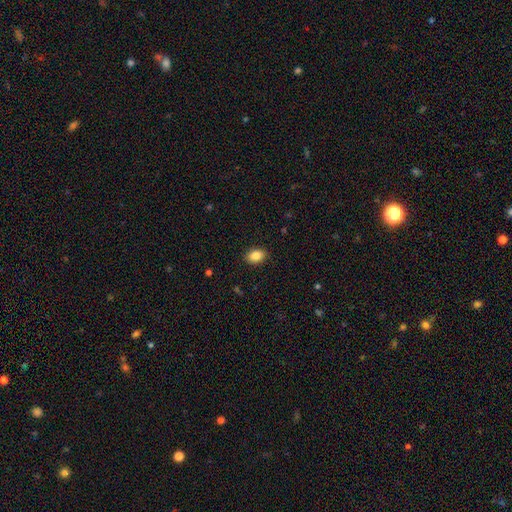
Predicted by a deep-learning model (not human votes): A smooth galaxy with no disk features (86%) that is in between round and cigar-shaped (81%). Merging: none (89%).